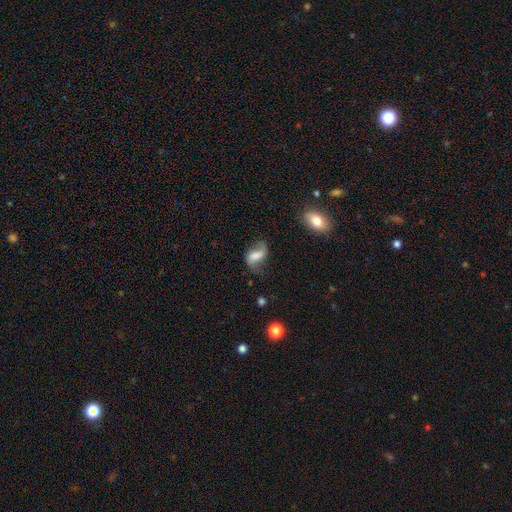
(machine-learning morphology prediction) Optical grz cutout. It shows a featured or disk galaxy (55%) with a weak bar (39%), spiral arms (85%) and no central bulge (29%). Merging: none (57%).